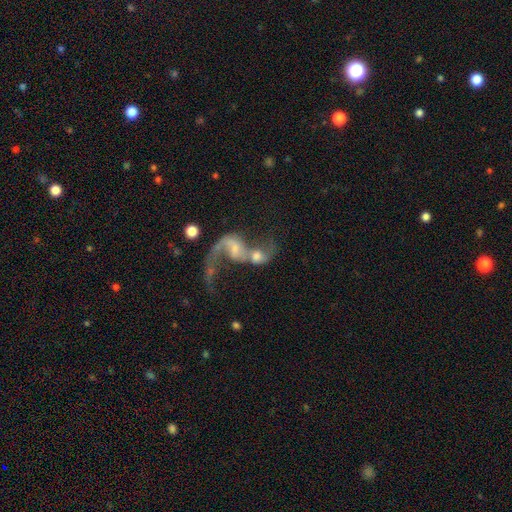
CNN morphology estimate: A featured or disk galaxy (75%) with no bar (54%), 2 (59%) loose (85%) spiral arms (81%) and a small central bulge (40%). Merging: merger (67%).